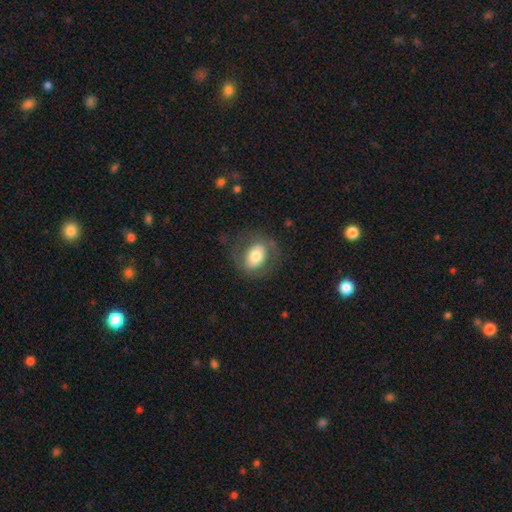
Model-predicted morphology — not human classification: A smooth galaxy with no disk features (63%) that is in between round and cigar-shaped (67%). Merging: none (70%).